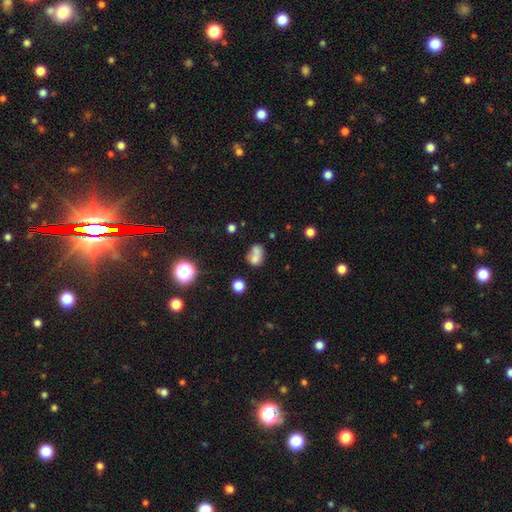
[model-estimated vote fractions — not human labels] smooth_or_featured: smooth (p=0.69) [alt: featured or disk p=0.18]
how_rounded: in between (p=0.55) [alt: round p=0.43]
merging: merger (p=0.52) [alt: none p=0.28]